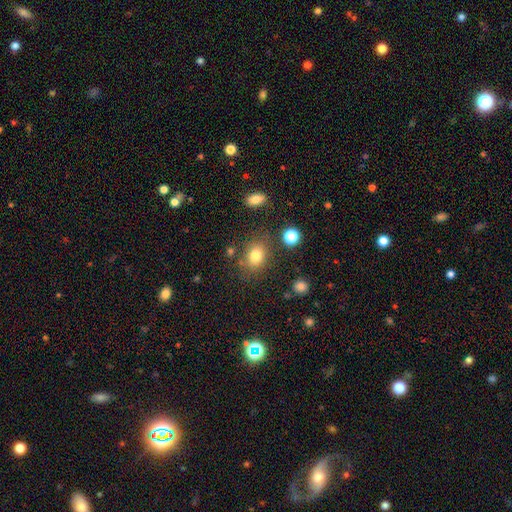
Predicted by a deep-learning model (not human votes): A smooth galaxy with no disk features (78%) that is in between round and cigar-shaped (57%).

Vote fractions:
- Smooth or featured? smooth: 78% / star or artifact: 13% / featured or disk: 9%
- How rounded? in between: 57% / round: 42% / cigar-shaped: 1%
- Merging? none: 75% / minor disturbance: 14% / merger: 6% / major disturbance: 5%